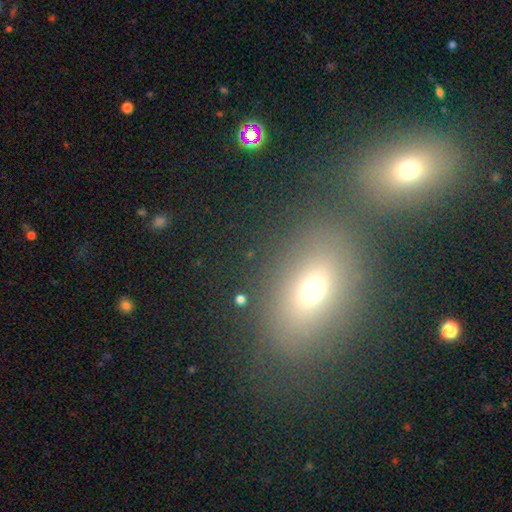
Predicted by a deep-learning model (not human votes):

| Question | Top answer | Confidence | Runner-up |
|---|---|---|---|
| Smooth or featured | smooth | 61% | star or artifact (20%) |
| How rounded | in between | 77% | round (19%) |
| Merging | none | 63% | merger (22%) |